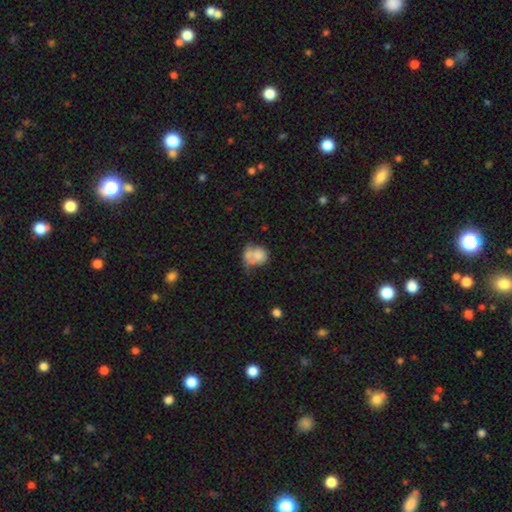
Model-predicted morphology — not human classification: A smooth galaxy with no disk features (70%) that is round (65%). Merging: merger (50%).